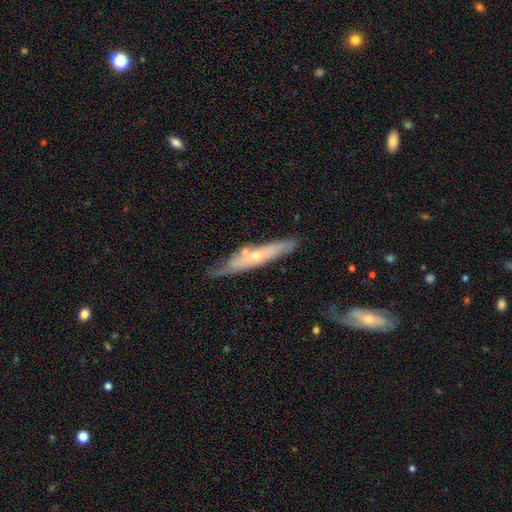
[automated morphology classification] Smooth or featured?
  - featured or disk: 61% *
  - smooth: 33%
  - star or artifact: 6%
Edge-on disk?
  - yes: 62% *
  - no: 38%
Merging?
  - none: 64% *
  - minor disturbance: 23%
  - merger: 8%
  - major disturbance: 5%